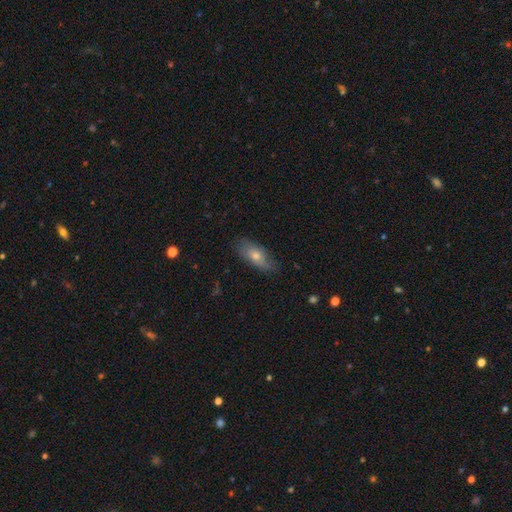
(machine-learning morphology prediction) type=smooth (55%); roundness=in between (72%); merging=none (76%).